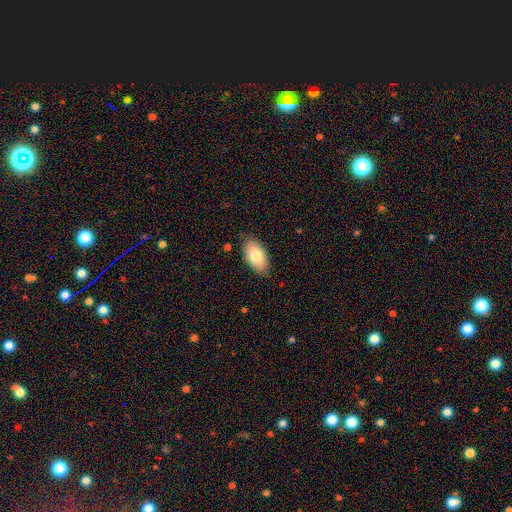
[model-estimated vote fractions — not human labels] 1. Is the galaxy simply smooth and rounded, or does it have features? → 78% smooth, 16% featured or disk, 7% star or artifact.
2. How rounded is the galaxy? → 94% in between, 4% round, 3% cigar-shaped.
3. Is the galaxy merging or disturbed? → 83% none, 13% minor disturbance, 2% major disturbance, 1% merger.